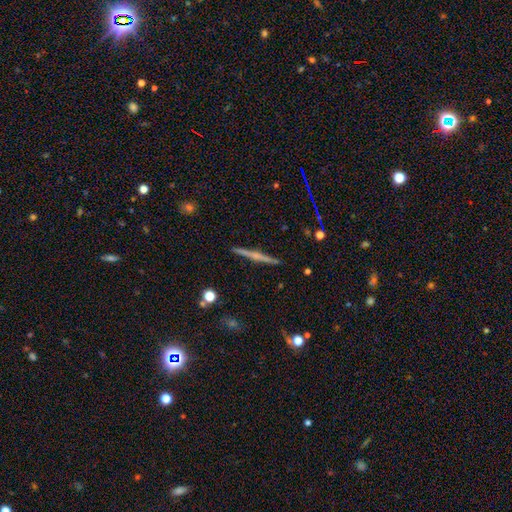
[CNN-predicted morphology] This is likely a featured or disk galaxy (68%). It is clearly viewed edge-on (98%). Edge-on bulge: possibly rounded (53%). Merging: clearly none (92%).